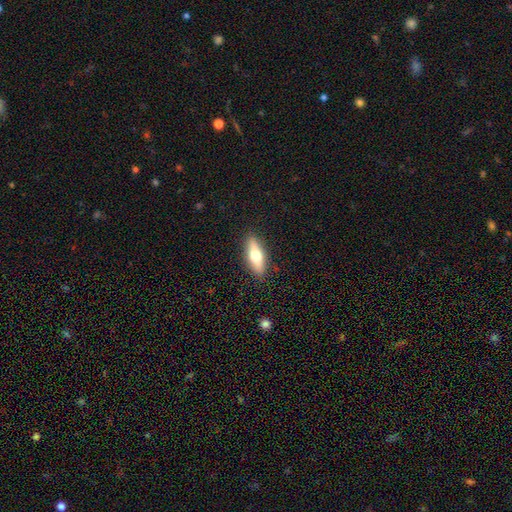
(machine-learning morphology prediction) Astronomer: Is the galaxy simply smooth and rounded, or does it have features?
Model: smooth — 56% (runner-up: featured or disk, 38%).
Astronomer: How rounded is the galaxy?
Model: in between — 51% (runner-up: cigar-shaped, 46%).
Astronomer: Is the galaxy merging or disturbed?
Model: none — 89%.